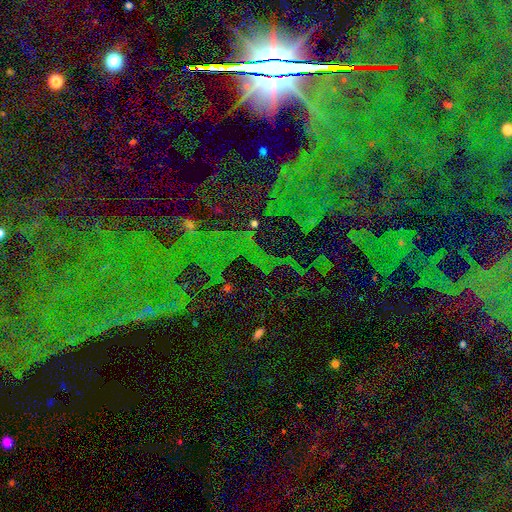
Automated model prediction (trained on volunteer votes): Q: Smooth or featured?
A: star or artifact (82%); runner-up: featured or disk (10%)